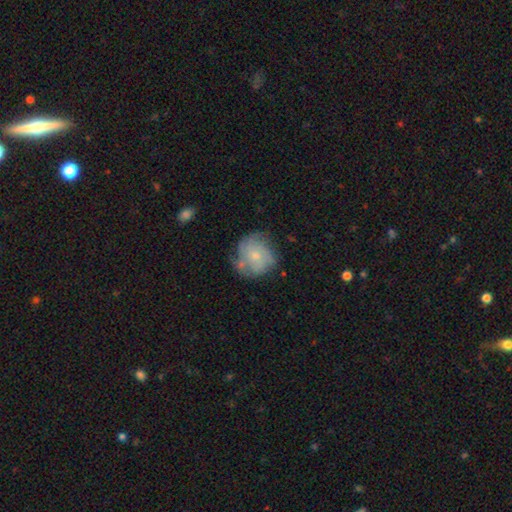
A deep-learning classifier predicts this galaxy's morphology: Overall: featured or disk (50%; smooth 43%). Merging: none (56%; minor disturbance 26%).